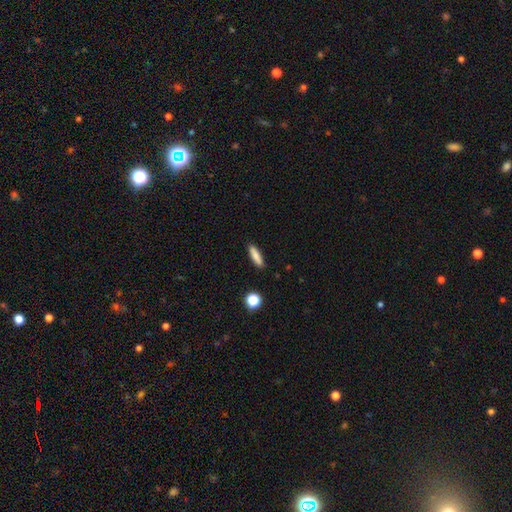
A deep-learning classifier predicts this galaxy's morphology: smooth_or_featured: smooth (p=0.82) [alt: featured or disk p=0.10]
how_rounded: cigar-shaped (p=0.71) [alt: in between p=0.27]
merging: none (p=0.88) [alt: minor disturbance p=0.09]